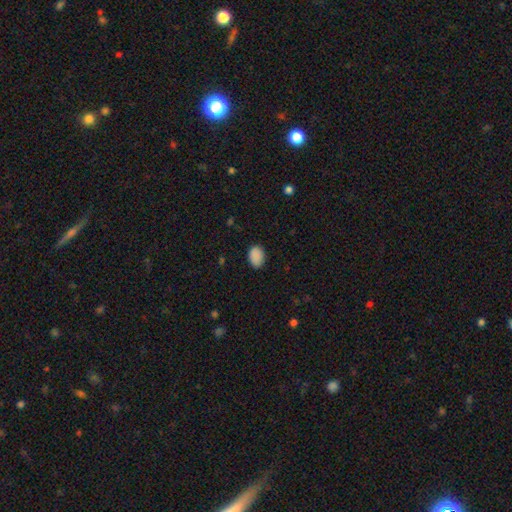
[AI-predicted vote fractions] Q: Smooth or featured?
A: smooth (89%); runner-up: star or artifact (8%)
Q: How rounded?
A: in between (81%); runner-up: round (18%)
Q: Merging?
A: none (84%); runner-up: minor disturbance (12%)